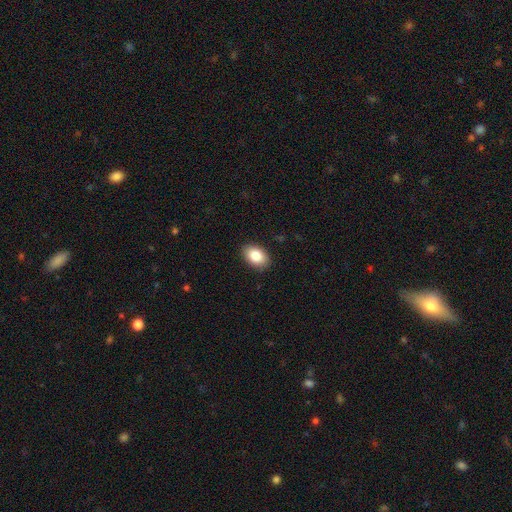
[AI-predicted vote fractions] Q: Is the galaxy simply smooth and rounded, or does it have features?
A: smooth — 86%.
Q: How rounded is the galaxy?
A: in between — 86%.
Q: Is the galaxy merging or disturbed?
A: none — 88%.